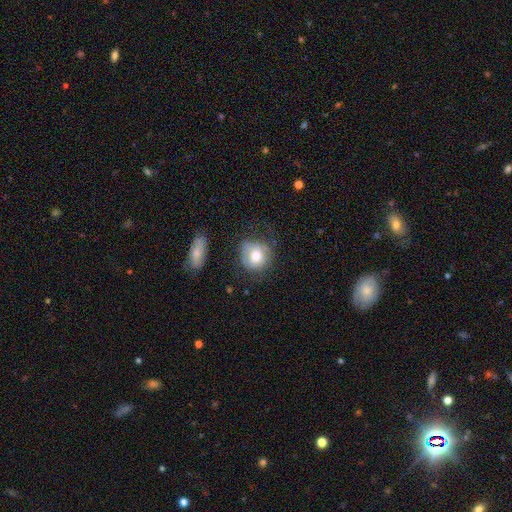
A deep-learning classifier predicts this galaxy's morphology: Smooth or featured?
  - smooth: 65% *
  - featured or disk: 27%
  - star or artifact: 8%
How rounded?
  - round: 77% *
  - in between: 22%
  - cigar-shaped: 1%
Merging?
  - none: 52% *
  - minor disturbance: 26%
  - major disturbance: 17%
  - merger: 4%